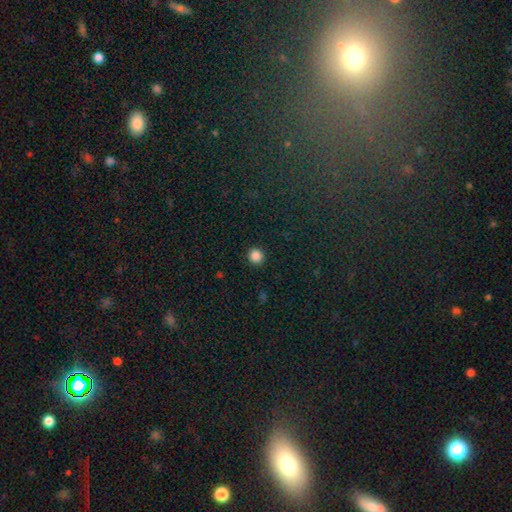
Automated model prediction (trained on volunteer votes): The model was most divided on "smooth or featured": smooth: 86%, star or artifact: 11%, featured or disk: 3%. More confident: merging — none (92%); how rounded — round (92%).